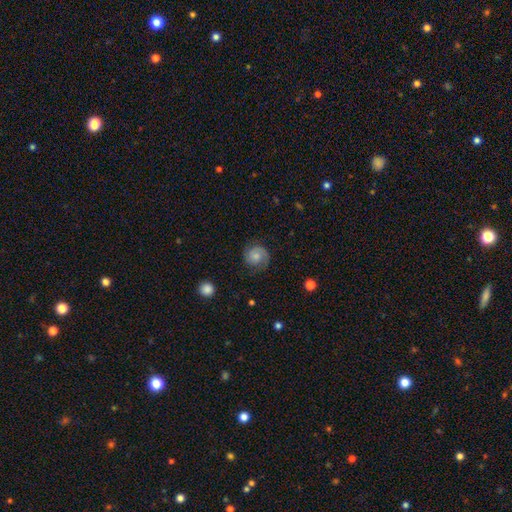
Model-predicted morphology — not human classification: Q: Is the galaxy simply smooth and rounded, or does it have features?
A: featured or disk — 64%.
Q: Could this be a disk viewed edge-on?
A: no — 98%.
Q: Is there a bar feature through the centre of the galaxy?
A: no — 71%.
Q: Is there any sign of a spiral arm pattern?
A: yes — 94%.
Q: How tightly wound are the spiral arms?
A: tight — 53%.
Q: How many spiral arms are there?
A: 2 — 77%.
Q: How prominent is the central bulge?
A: moderate — 45%.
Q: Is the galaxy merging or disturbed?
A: none — 78%.